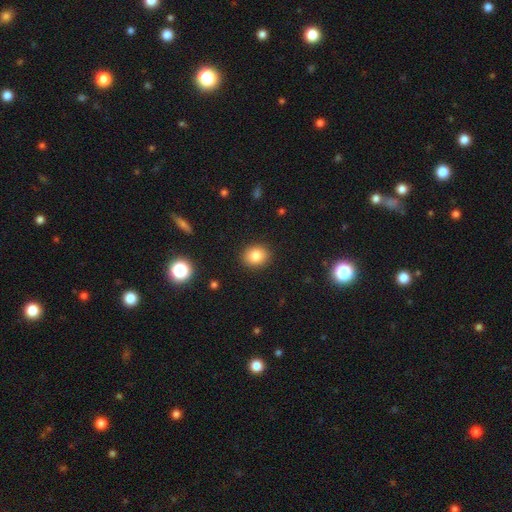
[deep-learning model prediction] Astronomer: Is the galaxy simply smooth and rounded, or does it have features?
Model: smooth — 83%.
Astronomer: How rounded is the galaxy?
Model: round — 63%.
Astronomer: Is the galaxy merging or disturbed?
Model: none — 90%.